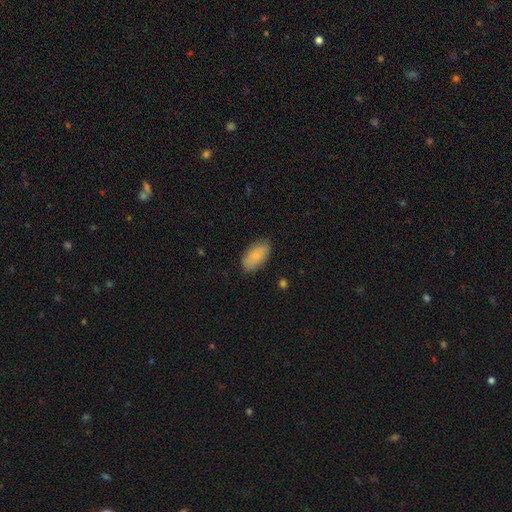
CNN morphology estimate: Smooth or featured: smooth — 81% (featured or disk — 13%)
How rounded: in between — 93% (cigar-shaped — 4%)
Merging: none — 84% (minor disturbance — 12%)